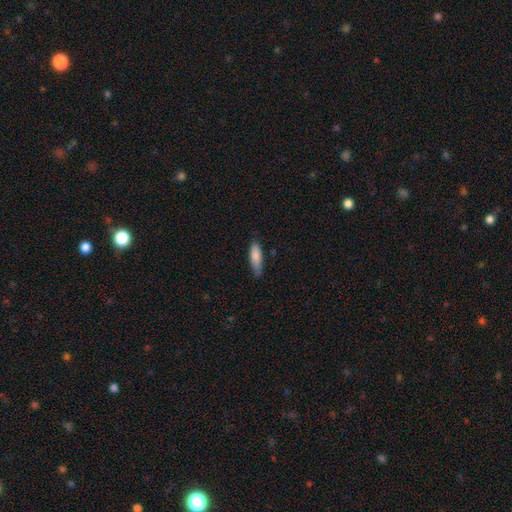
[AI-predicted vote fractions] This appears to be a smooth galaxy with no disk features (84%) that is in between round and cigar-shaped (50%). Merging: none (69%).